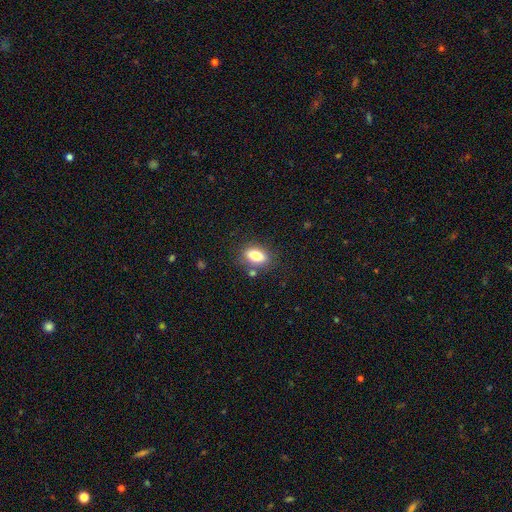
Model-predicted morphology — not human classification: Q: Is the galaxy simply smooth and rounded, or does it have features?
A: smooth — 74%.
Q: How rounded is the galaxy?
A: in between — 83%.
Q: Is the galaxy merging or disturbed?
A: none — 78%.